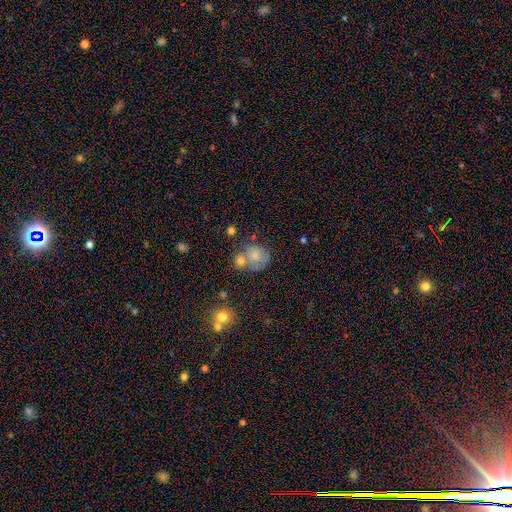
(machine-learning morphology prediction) smooth 68%, featured or disk 21%, star or artifact 11%. Down the decision tree: how rounded — round (73%); merging — none (40%).